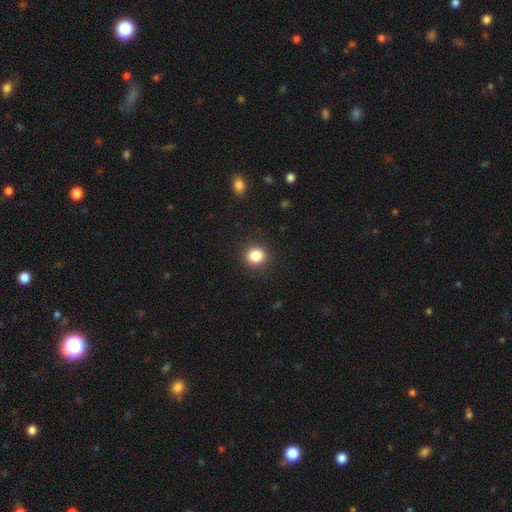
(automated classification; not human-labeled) Smooth or featured? Predicted: smooth (p=0.85). How rounded? Predicted: round (p=0.87). Merging? Predicted: none (p=0.91).